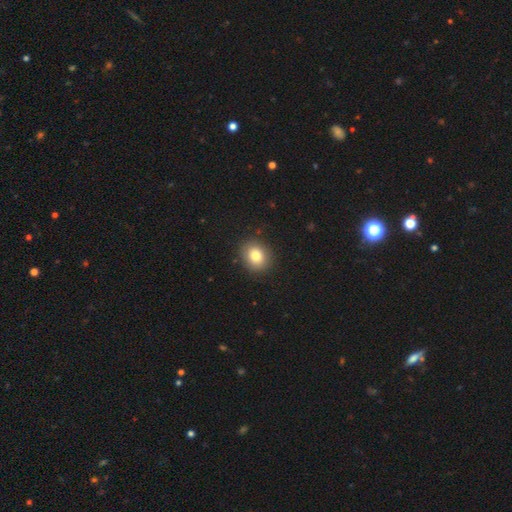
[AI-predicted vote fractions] A smooth galaxy with no disk features (80%) that is round (68%).

Vote fractions:
- Smooth or featured? smooth: 80% / star or artifact: 10% / featured or disk: 10%
- How rounded? round: 68% / in between: 31% / cigar-shaped: 1%
- Merging? none: 89% / minor disturbance: 8% / major disturbance: 2% / merger: 1%